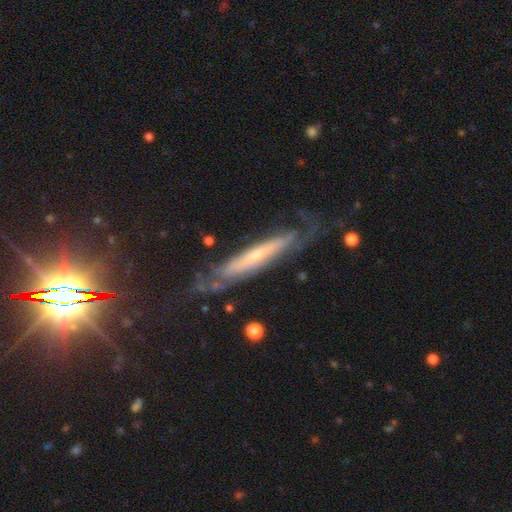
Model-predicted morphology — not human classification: Smooth or featured? Predicted: featured or disk (p=0.76). Edge-on disk? Predicted: yes (p=0.51). Merging? Predicted: none (p=0.63).